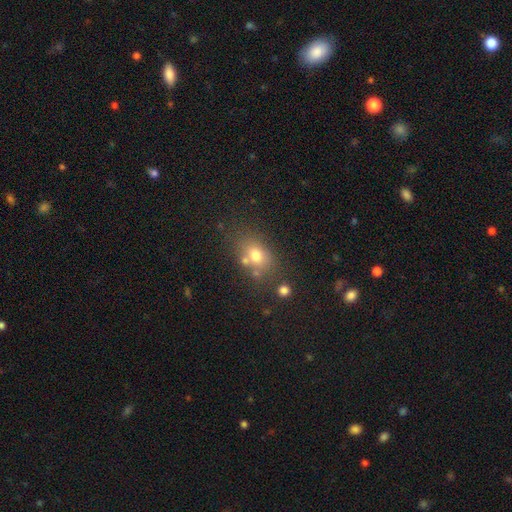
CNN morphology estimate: A smooth galaxy with no disk features (72%) that is in between round and cigar-shaped (63%).

Vote fractions:
- Smooth or featured? smooth: 72% / featured or disk: 15% / star or artifact: 13%
- How rounded? in between: 63% / round: 36% / cigar-shaped: 1%
- Merging? none: 64% / merger: 15% / minor disturbance: 15% / major disturbance: 6%